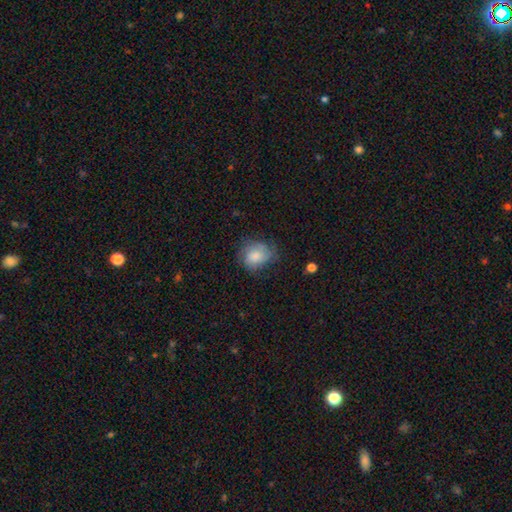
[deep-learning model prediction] A smooth galaxy with no disk features (66%) that is round (57%). Merging: none (57%).